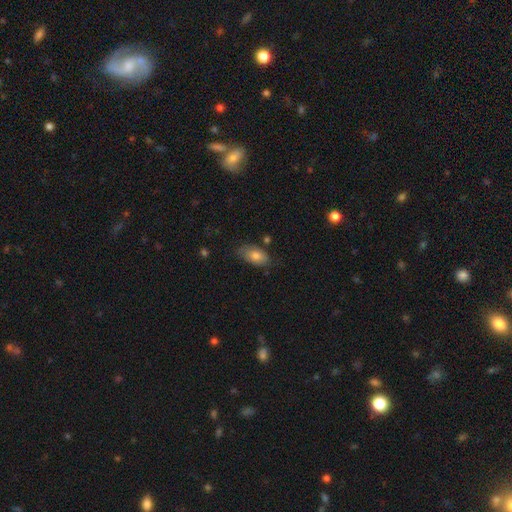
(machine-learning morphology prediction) A smooth galaxy with no disk features (77%) that is in between round and cigar-shaped (92%).

Vote fractions:
- Smooth or featured? smooth: 77% / featured or disk: 16% / star or artifact: 7%
- How rounded? in between: 92% / round: 5% / cigar-shaped: 3%
- Merging? none: 65% / minor disturbance: 26% / major disturbance: 5% / merger: 3%